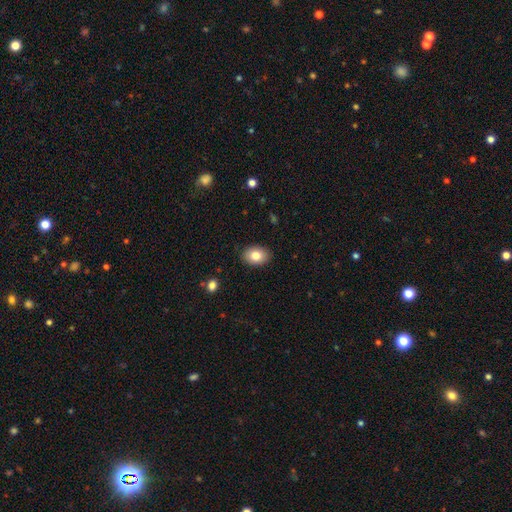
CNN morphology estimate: smooth-or-featured: smooth: 82% | featured or disk: 10% | star or artifact: 8%
  how-rounded: in between: 78% | round: 21% | cigar-shaped: 1%
  merging: none: 89% | minor disturbance: 8% | major disturbance: 2% | merger: 1%